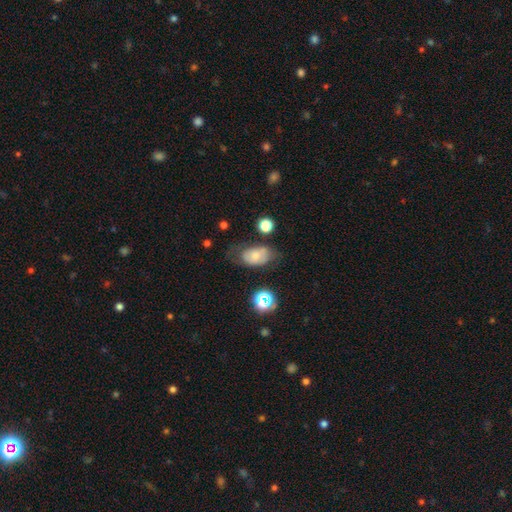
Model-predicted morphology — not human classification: Smooth or featured? smooth (63%)
How rounded? in between (88%)
Merging? none (52%)